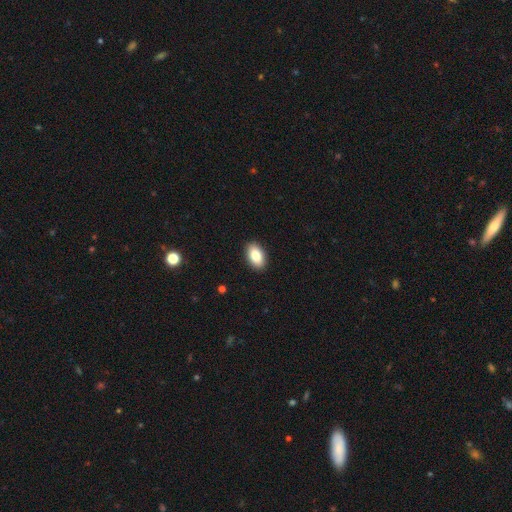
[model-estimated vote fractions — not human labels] A smooth galaxy with no disk features (85%) that is in between round and cigar-shaped (92%). Merging: none (90%).